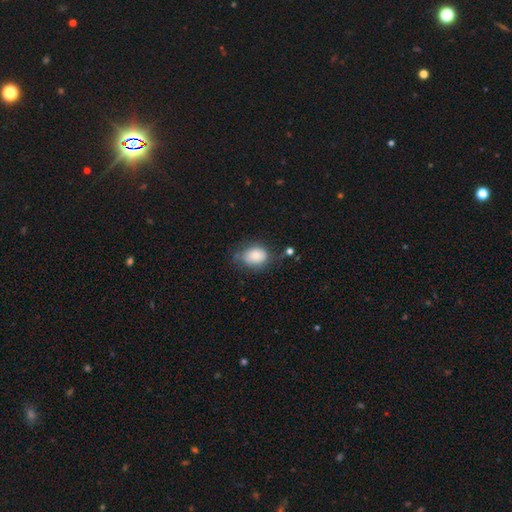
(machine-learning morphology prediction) smooth-or-featured: smooth: 81% | featured or disk: 11% | star or artifact: 8%
  how-rounded: in between: 69% | round: 30% | cigar-shaped: 1%
  merging: none: 60% | minor disturbance: 27% | major disturbance: 9% | merger: 4%